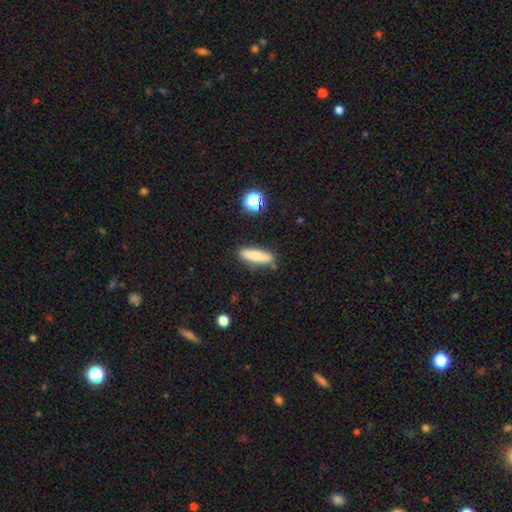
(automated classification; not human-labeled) The model was most divided on "how rounded": cigar-shaped: 75%, in between: 23%, round: 2%. More confident: merging — none (82%); smooth or featured — smooth (79%).